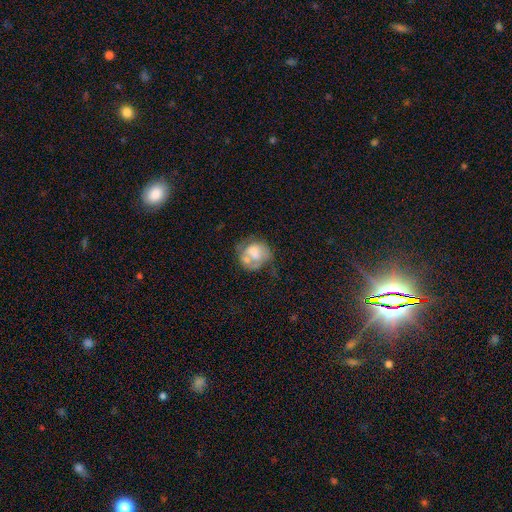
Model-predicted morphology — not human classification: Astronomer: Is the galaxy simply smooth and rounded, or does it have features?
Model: smooth — 51% (runner-up: featured or disk, 40%).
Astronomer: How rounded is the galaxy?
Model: round — 63%.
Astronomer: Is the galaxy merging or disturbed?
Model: none — 31% (runner-up: merger, 28%).